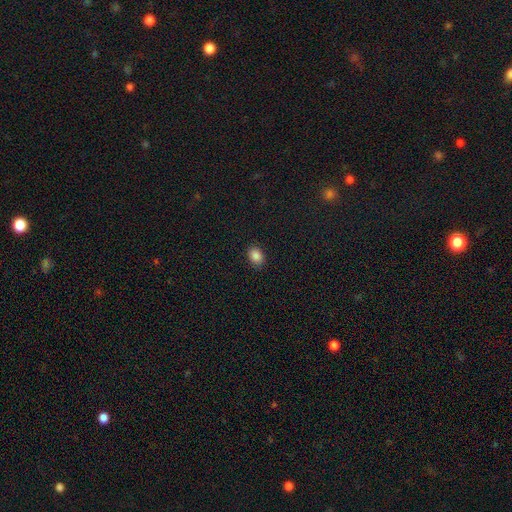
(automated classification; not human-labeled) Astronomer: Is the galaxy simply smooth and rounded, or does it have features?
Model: smooth — 87%.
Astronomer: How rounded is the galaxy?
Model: in between — 73%.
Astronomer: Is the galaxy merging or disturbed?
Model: none — 88%.